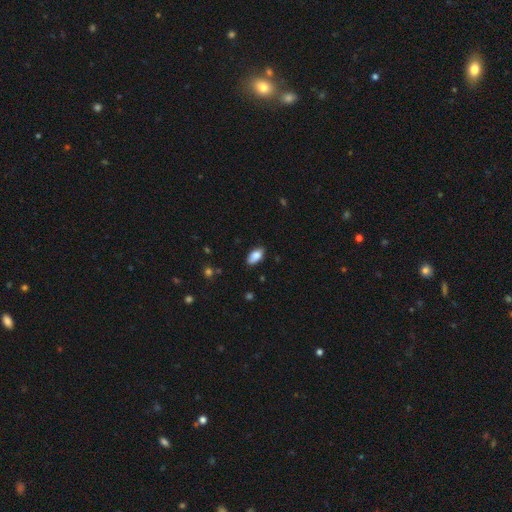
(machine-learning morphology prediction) Smooth or featured? Predicted: smooth (p=0.84). How rounded? Predicted: in between (p=0.93). Merging? Predicted: none (p=0.79).